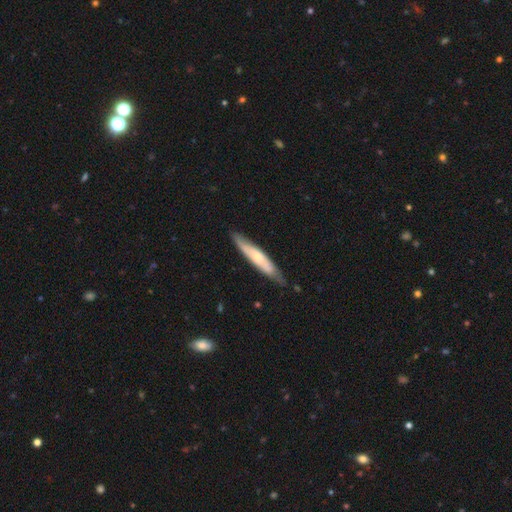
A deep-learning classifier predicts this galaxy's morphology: This appears to be a featured or disk galaxy (50%). Merging: none (79%).